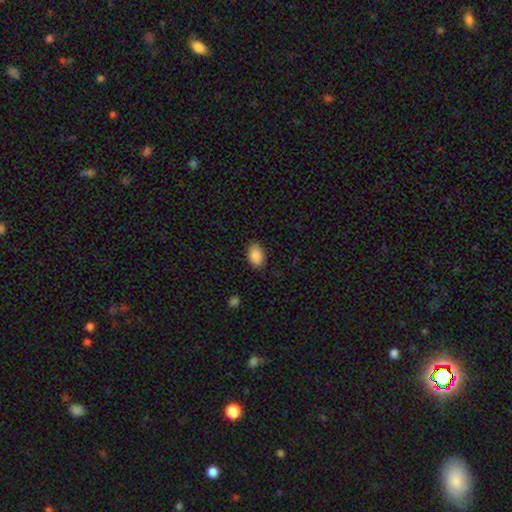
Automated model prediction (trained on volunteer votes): Smooth or featured? smooth (89%)
How rounded? in between (86%)
Merging? none (86%)